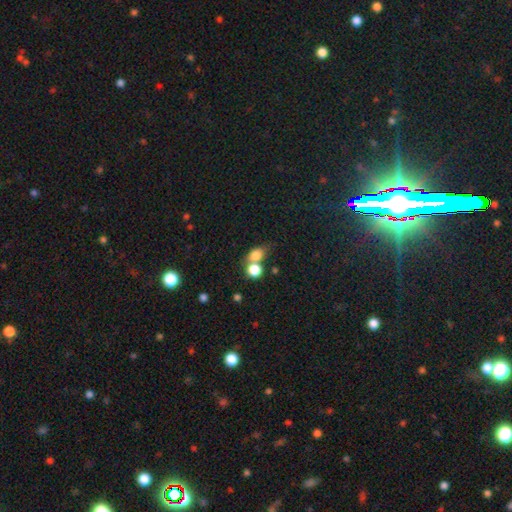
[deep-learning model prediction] Overall: smooth (78%). How rounded: in between (54%; round 43%). Merging: none (41%, tied with merger).